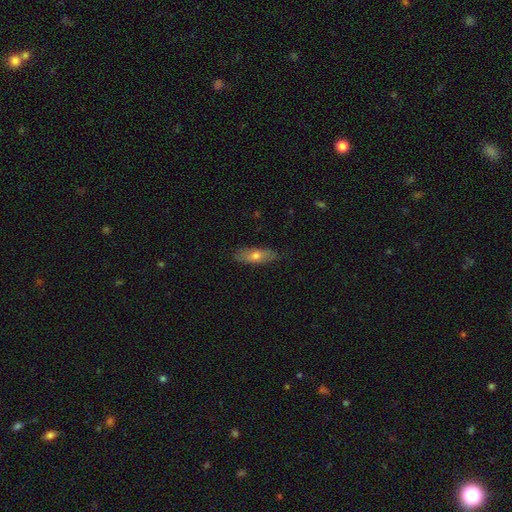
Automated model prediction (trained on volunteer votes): This is likely a smooth galaxy (65%). How rounded: likely in between (68%). Merging: clearly none (81%).